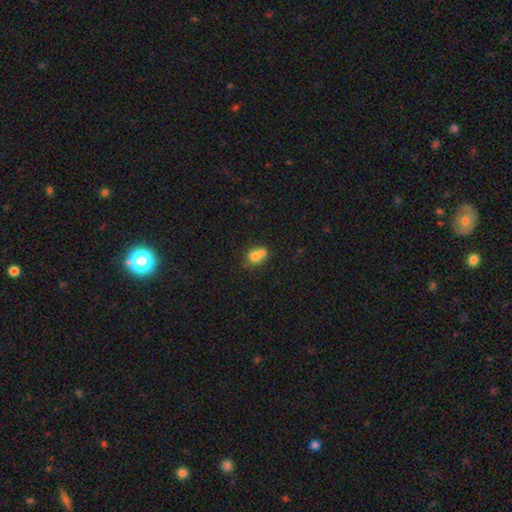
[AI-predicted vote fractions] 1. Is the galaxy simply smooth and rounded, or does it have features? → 72% smooth, 17% featured or disk, 11% star or artifact.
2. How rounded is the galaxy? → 74% round, 25% in between, 1% cigar-shaped.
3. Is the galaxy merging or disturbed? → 61% merger, 29% none, 7% minor disturbance, 3% major disturbance.